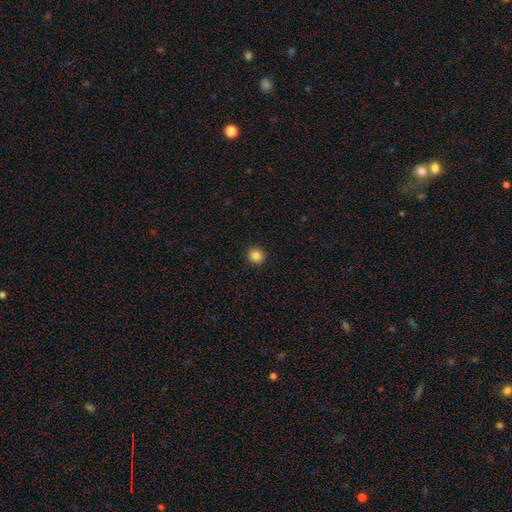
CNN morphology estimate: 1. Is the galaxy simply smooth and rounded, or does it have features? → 85% smooth, 11% star or artifact, 4% featured or disk.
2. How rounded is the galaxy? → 93% round, 6% in between, 1% cigar-shaped.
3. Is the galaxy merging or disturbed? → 93% none, 5% minor disturbance, 2% major disturbance, 1% merger.